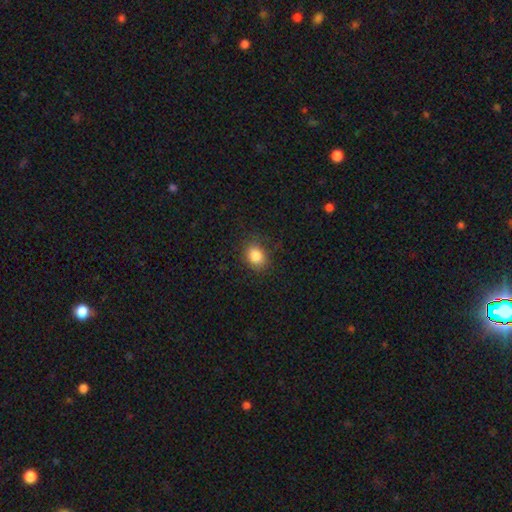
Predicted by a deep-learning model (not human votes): Smooth or featured?
  - smooth: 84% *
  - star or artifact: 10%
  - featured or disk: 6%
How rounded?
  - round: 54% *
  - in between: 45%
  - cigar-shaped: 1%
Merging?
  - none: 82% *
  - minor disturbance: 13%
  - major disturbance: 4%
  - merger: 1%